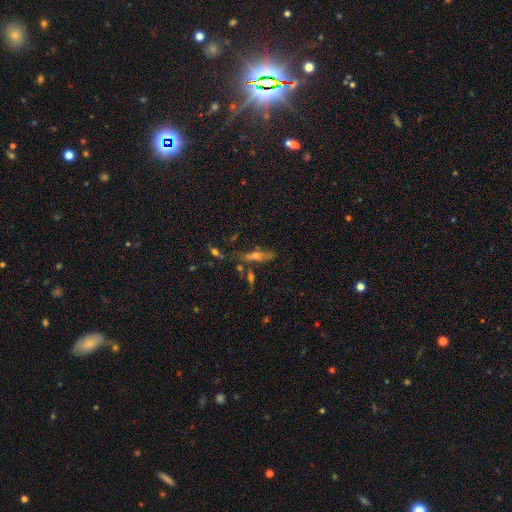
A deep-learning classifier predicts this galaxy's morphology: The model was most divided on "smooth or featured": smooth: 47%, featured or disk: 43%, star or artifact: 10%. More confident: merging — none (59%).